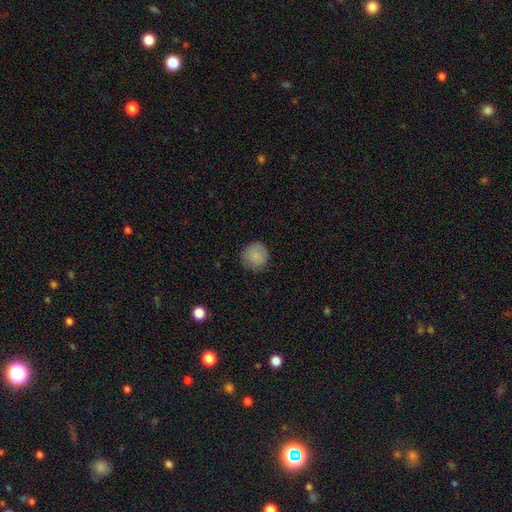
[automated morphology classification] Smooth or featured? Predicted: smooth (p=0.87). How rounded? Predicted: round (p=0.93). Merging? Predicted: none (p=0.85).